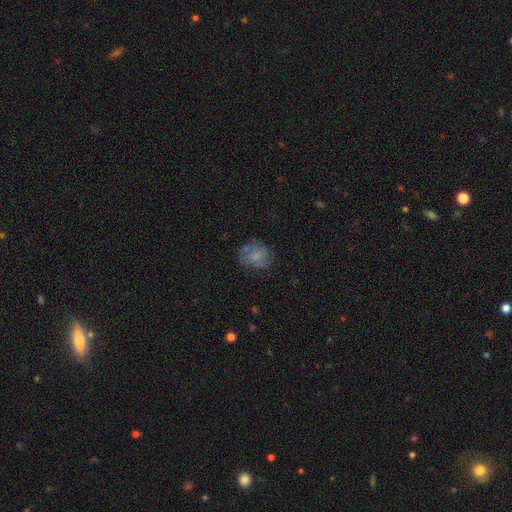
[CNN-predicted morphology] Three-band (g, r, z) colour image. It shows a smooth galaxy with no disk features (65%) that is round (61%). Merging: none (63%).